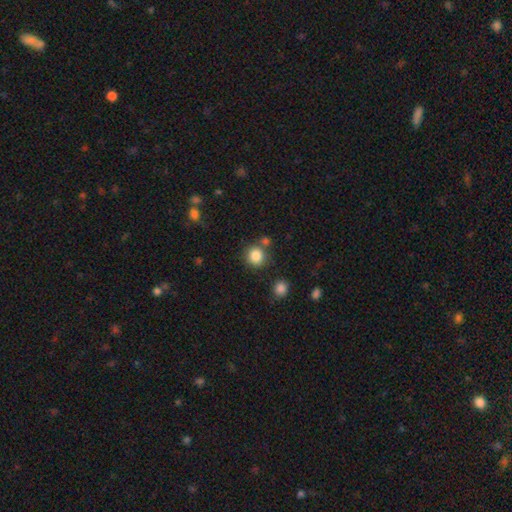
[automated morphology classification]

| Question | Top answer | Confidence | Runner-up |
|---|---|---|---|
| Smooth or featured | smooth | 85% | star or artifact (10%) |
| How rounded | round | 89% | in between (10%) |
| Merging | none | 74% | merger (13%) |